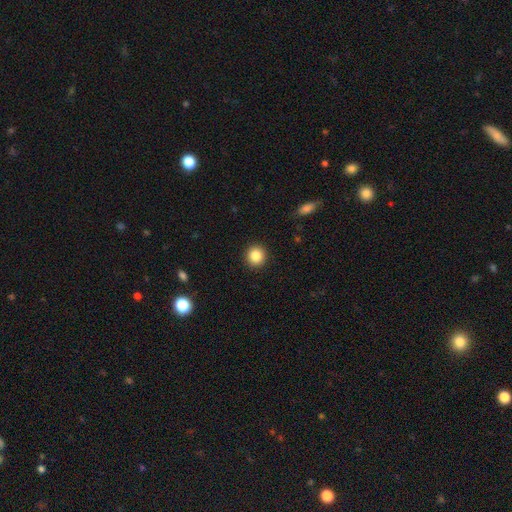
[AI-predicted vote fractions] Smooth or featured: smooth — 86% (star or artifact — 10%)
How rounded: round — 92% (in between — 7%)
Merging: none — 92% (minor disturbance — 5%)